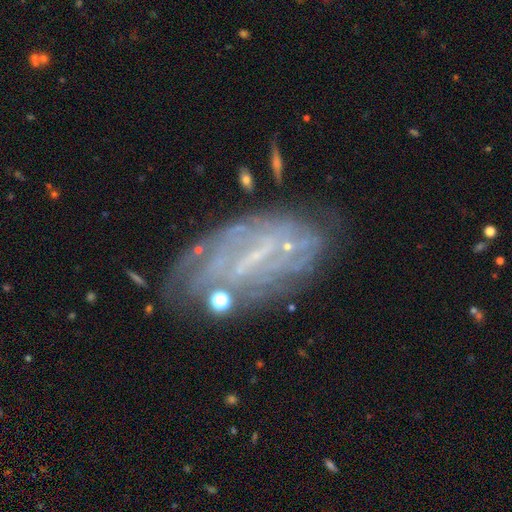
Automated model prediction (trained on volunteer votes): Morphology: type=featured or disk (69%); edge-on=no (92%); bar=weak (36%); spiral arms=yes (53%); bulge=none (46%); merging=none (55%).